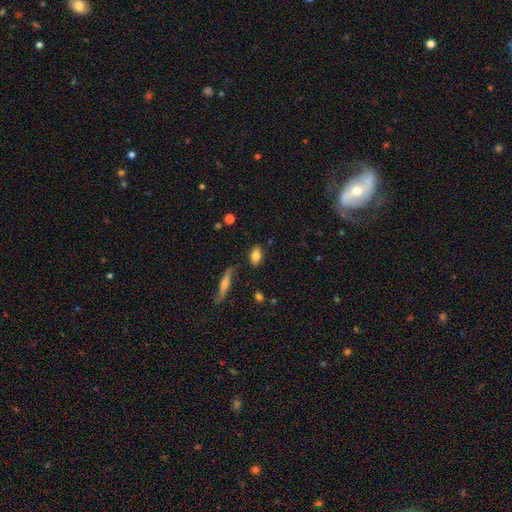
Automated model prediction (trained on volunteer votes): smooth_or_featured: smooth (p=0.81) [alt: featured or disk p=0.11]
how_rounded: in between (p=0.85) [alt: round p=0.08]
merging: none (p=0.81) [alt: minor disturbance p=0.13]